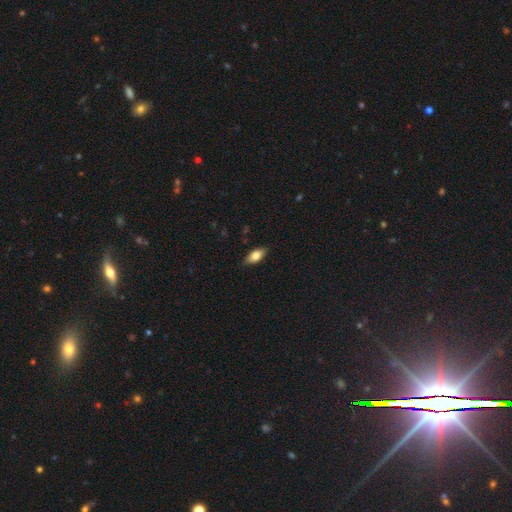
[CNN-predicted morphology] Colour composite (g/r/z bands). It shows a smooth galaxy with no disk features (79%) that is in between round and cigar-shaped (88%). Merging: none (85%).